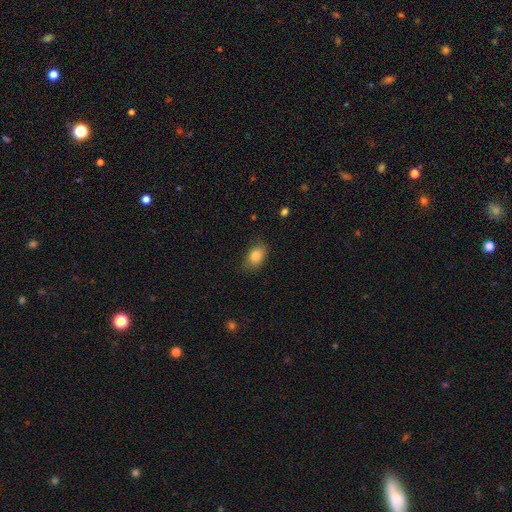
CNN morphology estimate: Smooth or featured? Predicted: smooth (p=0.83). How rounded? Predicted: in between (p=0.82). Merging? Predicted: none (p=0.77).